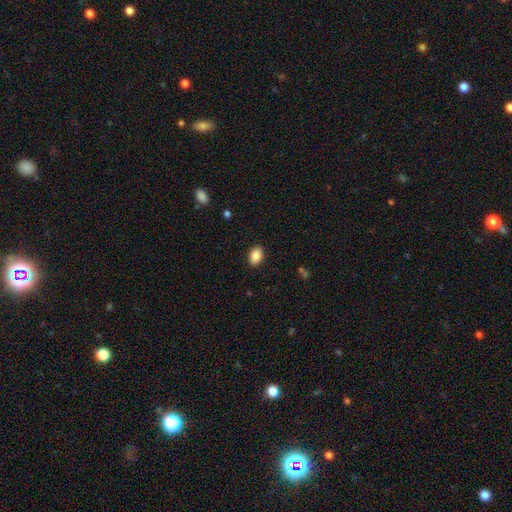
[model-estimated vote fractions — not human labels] Smooth or featured? smooth (89%)
How rounded? in between (88%)
Merging? none (89%)